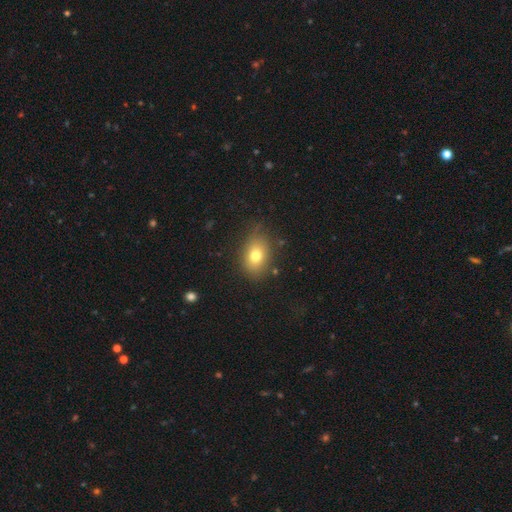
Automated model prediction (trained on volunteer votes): Q: Smooth or featured?
A: smooth (75%); runner-up: featured or disk (14%)
Q: How rounded?
A: in between (76%); runner-up: round (23%)
Q: Merging?
A: none (76%); runner-up: minor disturbance (17%)